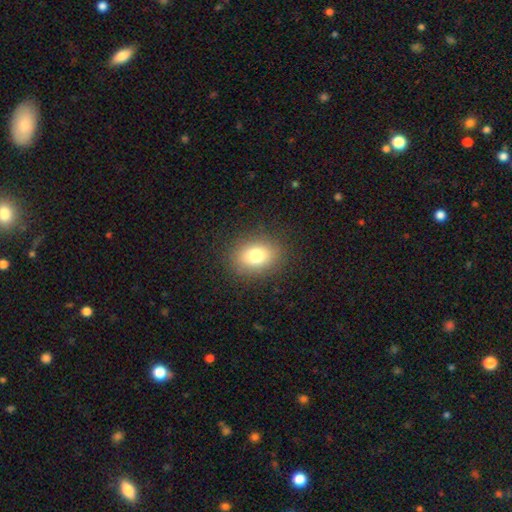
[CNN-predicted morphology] Smooth or featured? Predicted: smooth (p=0.78). How rounded? Predicted: in between (p=0.62). Merging? Predicted: none (p=0.87).